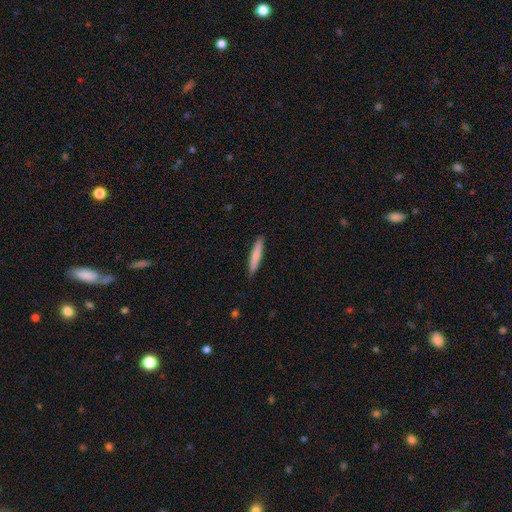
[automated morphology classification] A smooth galaxy with no disk features (77%) that is cigar-shaped (93%). Merging: none (89%).